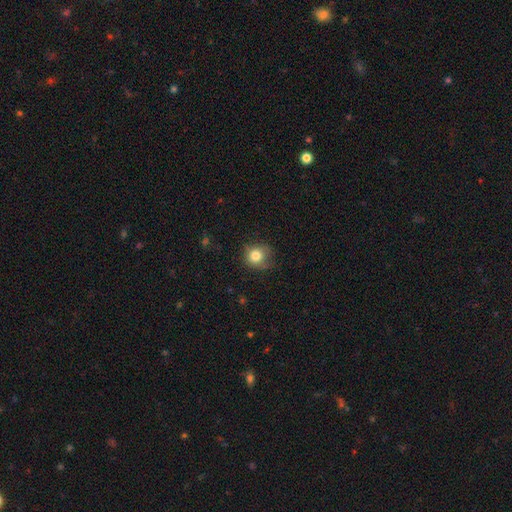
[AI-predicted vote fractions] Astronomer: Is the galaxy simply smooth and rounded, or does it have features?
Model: smooth — 80%.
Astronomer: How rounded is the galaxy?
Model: round — 82%.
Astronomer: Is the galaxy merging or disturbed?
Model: none — 63%.